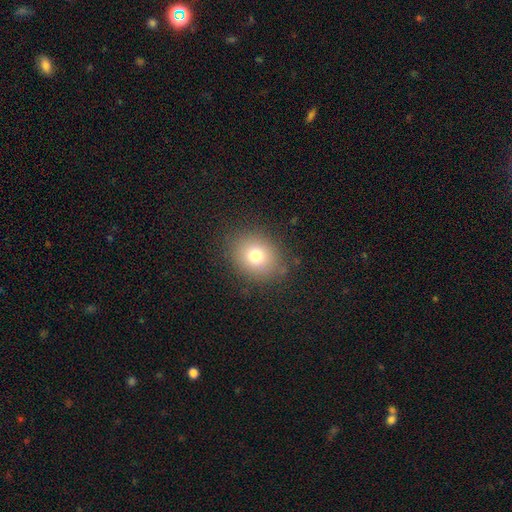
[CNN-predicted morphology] This is likely a smooth galaxy (76%). How rounded: likely round (65%). Merging: clearly none (84%).